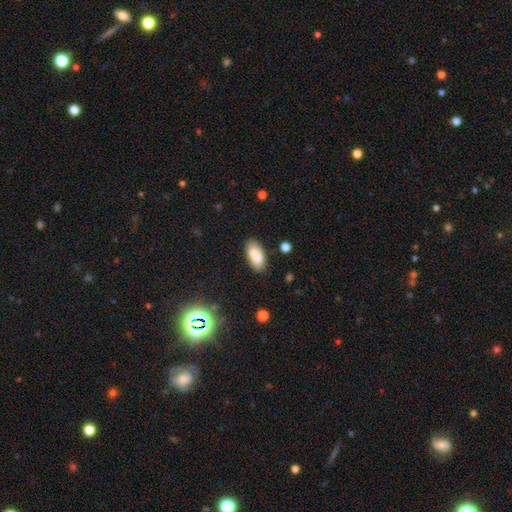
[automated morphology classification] Smooth or featured: smooth — 83% (featured or disk — 9%)
How rounded: in between — 90% (cigar-shaped — 8%)
Merging: none — 81% (minor disturbance — 13%)